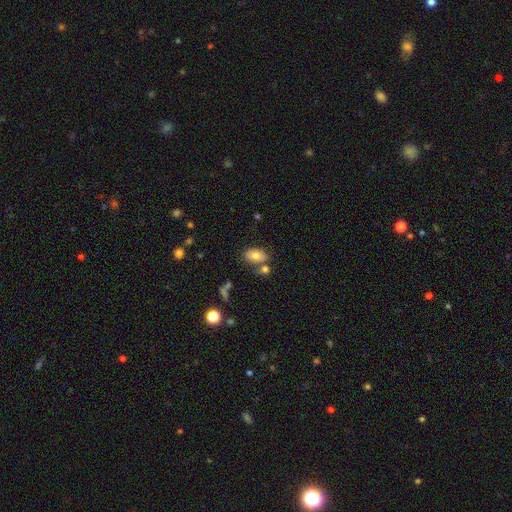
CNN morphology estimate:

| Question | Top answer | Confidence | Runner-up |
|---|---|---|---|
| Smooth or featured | smooth | 75% | featured or disk (16%) |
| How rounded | in between | 88% | round (10%) |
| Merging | none | 67% | merger (16%) |